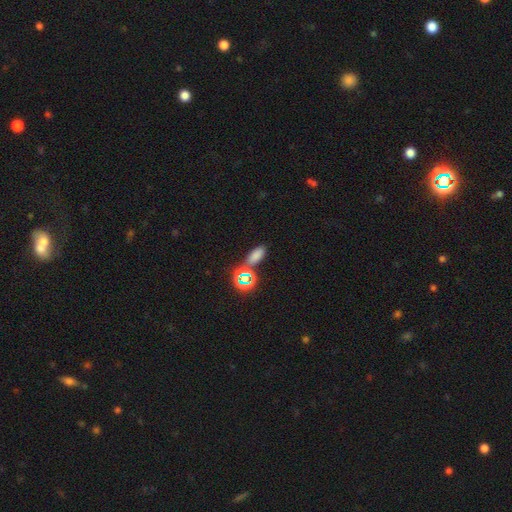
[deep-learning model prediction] smooth-or-featured: smooth: 69% | star or artifact: 25% | featured or disk: 6%
  how-rounded: in between: 81% | cigar-shaped: 10% | round: 9%
  merging: none: 74% | merger: 11% | minor disturbance: 11% | major disturbance: 4%